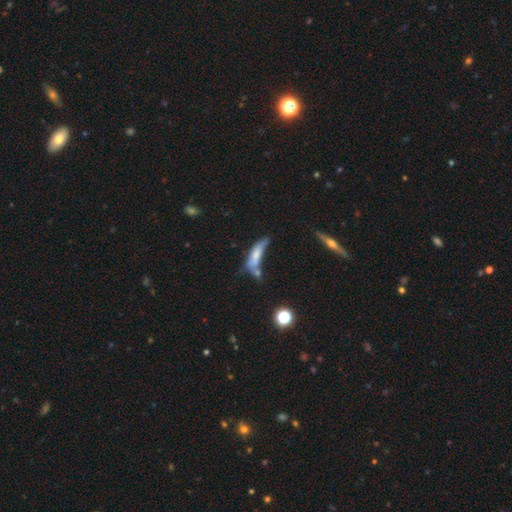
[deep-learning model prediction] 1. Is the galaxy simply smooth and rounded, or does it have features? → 63% smooth, 27% featured or disk, 9% star or artifact.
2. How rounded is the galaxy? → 60% cigar-shaped, 38% in between, 3% round.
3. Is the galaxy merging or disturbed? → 29% none, 28% merger, 25% minor disturbance, 17% major disturbance.